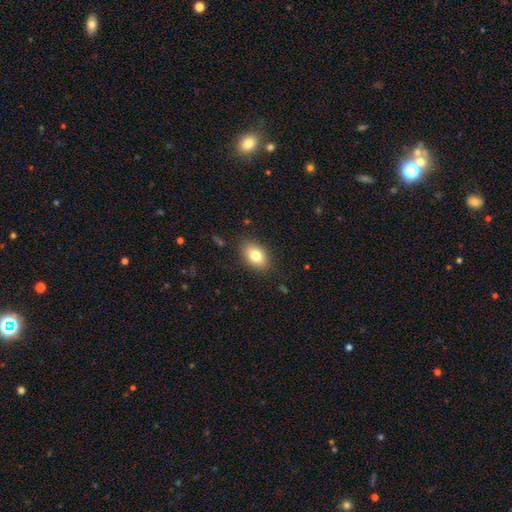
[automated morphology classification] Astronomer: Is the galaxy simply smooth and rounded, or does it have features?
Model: smooth — 80%.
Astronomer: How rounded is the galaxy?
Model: in between — 85%.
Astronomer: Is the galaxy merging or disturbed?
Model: none — 85%.